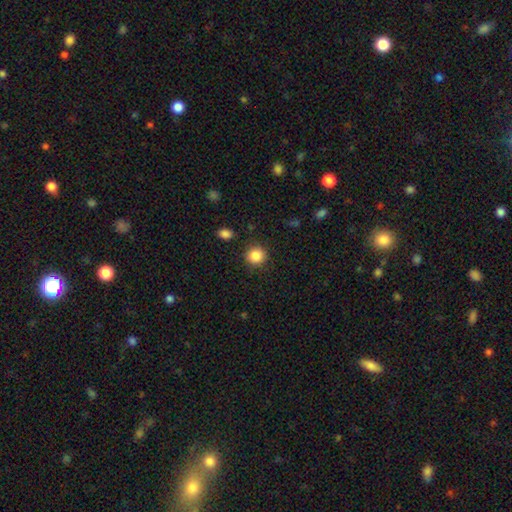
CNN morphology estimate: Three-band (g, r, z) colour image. It shows a smooth galaxy with no disk features (86%) that is round (92%). Merging: none (88%).